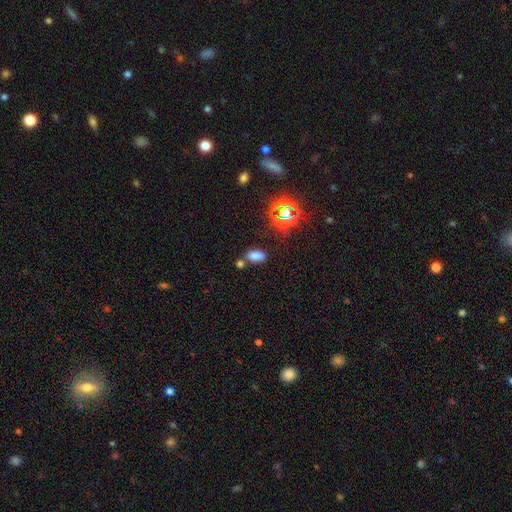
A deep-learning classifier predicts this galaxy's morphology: Q: Smooth or featured?
A: smooth (71%); runner-up: star or artifact (22%)
Q: How rounded?
A: in between (88%); runner-up: round (6%)
Q: Merging?
A: none (63%); runner-up: merger (20%)